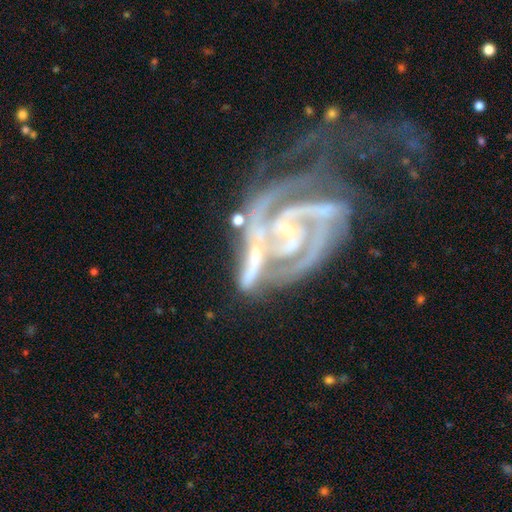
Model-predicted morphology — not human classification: This appears to be a featured or disk galaxy (78%) with no bar (42%), 2 (62%) tight (49%) spiral arms (90%) and a small central bulge (68%). Merging: none (41%).